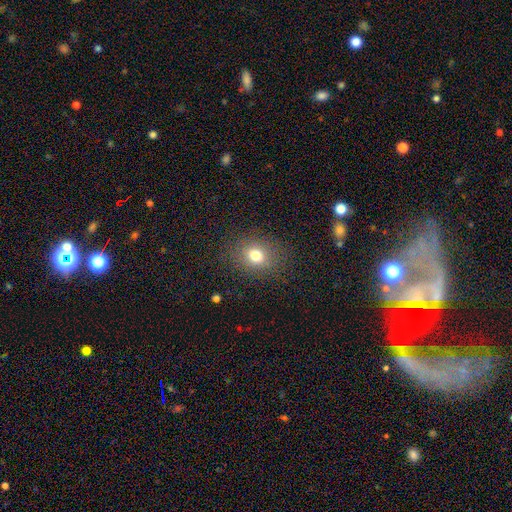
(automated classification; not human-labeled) Morphology: type=smooth (76%); roundness=round (54%); merging=none (85%).